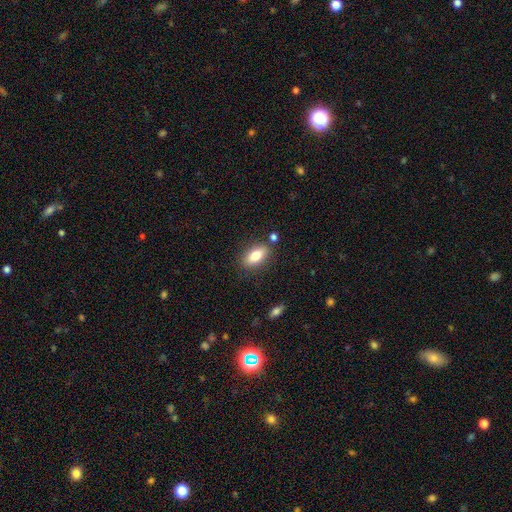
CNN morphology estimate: smooth-or-featured: smooth: 79% | featured or disk: 14% | star or artifact: 8%
  how-rounded: in between: 87% | cigar-shaped: 8% | round: 5%
  merging: none: 82% | minor disturbance: 11% | merger: 5% | major disturbance: 3%